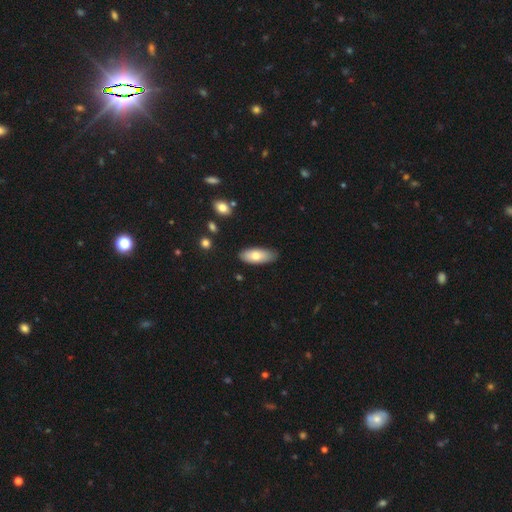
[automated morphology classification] type=smooth (74%); roundness=in between (81%); merging=none (81%).